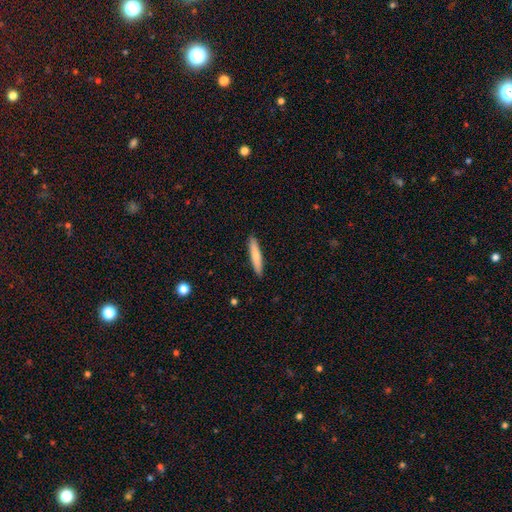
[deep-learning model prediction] smooth-or-featured: smooth: 73% | featured or disk: 22% | star or artifact: 5%
  how-rounded: cigar-shaped: 91% | in between: 7% | round: 1%
  merging: none: 91% | minor disturbance: 7% | major disturbance: 1% | merger: 1%